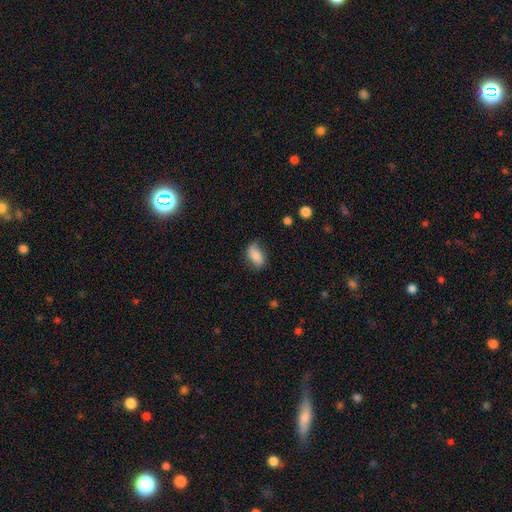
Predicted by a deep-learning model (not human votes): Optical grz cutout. It shows a smooth galaxy with no disk features (78%) that is in between round and cigar-shaped (90%). Merging: none (65%).